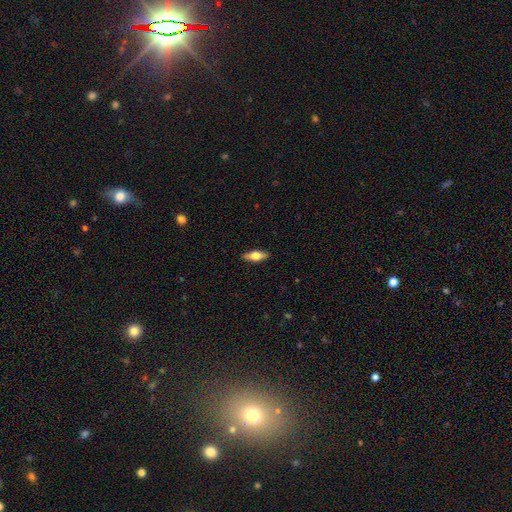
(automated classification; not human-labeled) This is possibly a smooth galaxy (53%). How rounded: likely in between (61%). Merging: clearly none (89%).